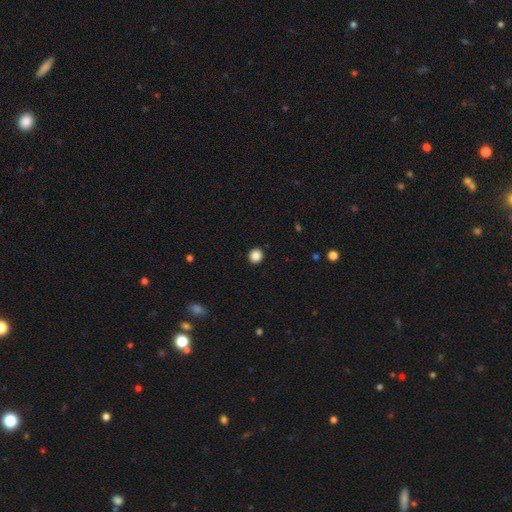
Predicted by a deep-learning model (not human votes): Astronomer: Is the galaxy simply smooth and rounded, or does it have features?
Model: smooth — 87%.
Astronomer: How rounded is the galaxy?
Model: round — 91%.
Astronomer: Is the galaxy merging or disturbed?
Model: none — 93%.